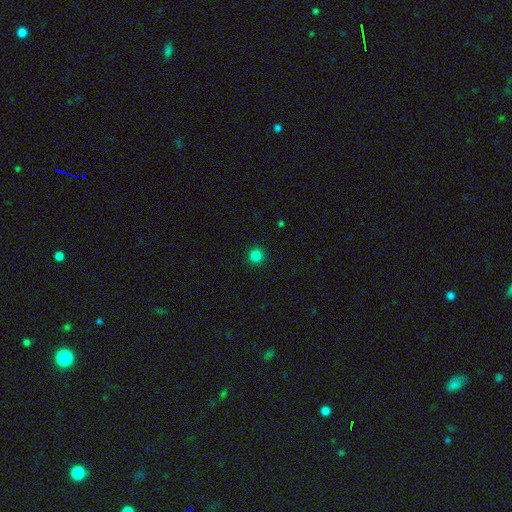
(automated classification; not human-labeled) Smooth or featured?
  - smooth: 83% *
  - star or artifact: 13%
  - featured or disk: 3%
How rounded?
  - round: 96% *
  - in between: 3%
  - cigar-shaped: 1%
Merging?
  - none: 93% *
  - minor disturbance: 5%
  - major disturbance: 2%
  - merger: 1%